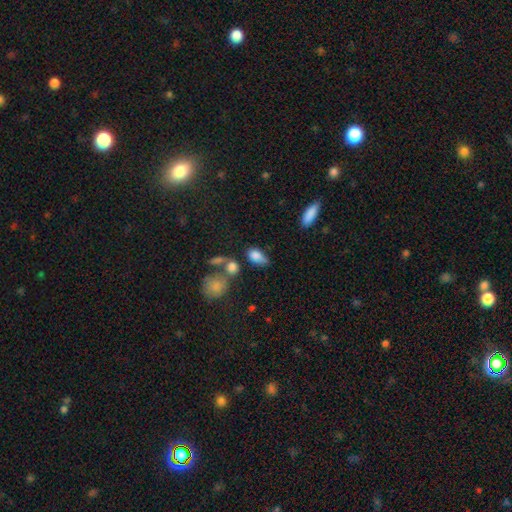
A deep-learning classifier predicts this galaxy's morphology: type=smooth (80%); roundness=in between (85%); merging=none (38%).